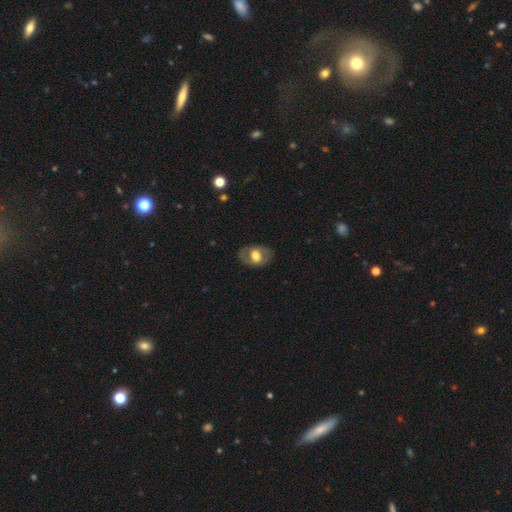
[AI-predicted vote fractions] Q: Smooth or featured?
A: smooth (47%); runner-up: featured or disk (46%)
Q: Merging?
A: none (77%); runner-up: minor disturbance (15%)